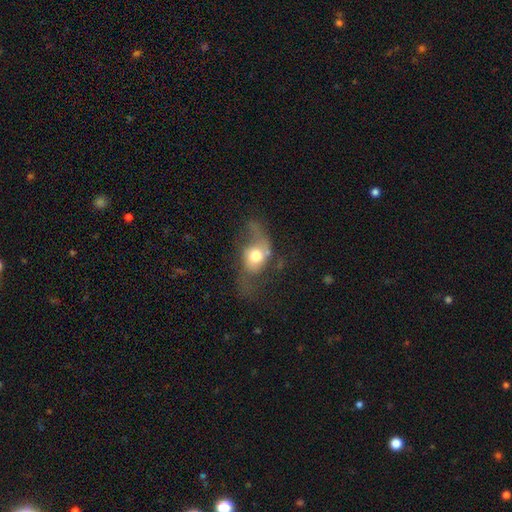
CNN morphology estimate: Smooth or featured? Predicted: featured or disk (p=0.47). Merging? Predicted: major disturbance (p=0.42).